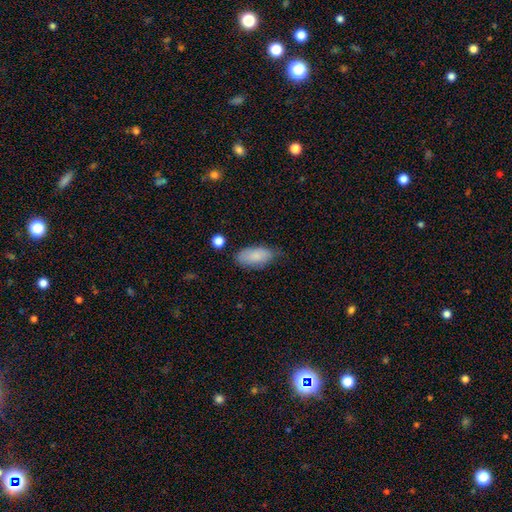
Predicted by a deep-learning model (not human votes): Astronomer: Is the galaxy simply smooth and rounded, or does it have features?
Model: smooth — 85%.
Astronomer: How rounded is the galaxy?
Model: in between — 91%.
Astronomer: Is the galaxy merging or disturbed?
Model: none — 69%.